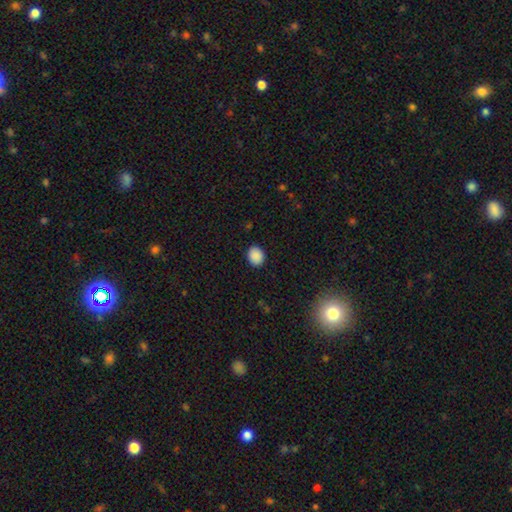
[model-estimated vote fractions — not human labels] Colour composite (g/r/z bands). It shows a smooth galaxy with no disk features (89%) that is round (59%). Merging: none (89%).